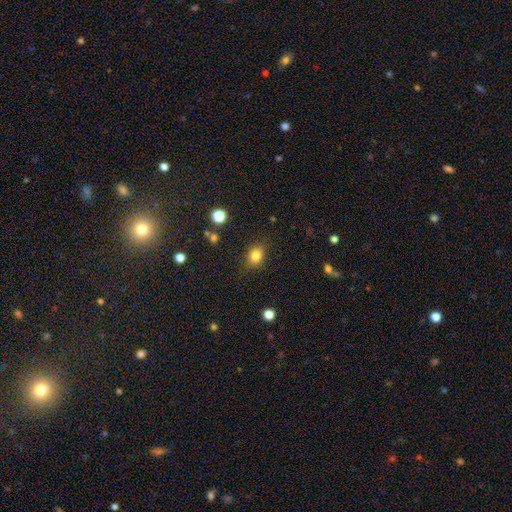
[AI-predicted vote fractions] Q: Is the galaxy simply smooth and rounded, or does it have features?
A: smooth — 82%.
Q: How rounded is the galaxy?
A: in between — 51%.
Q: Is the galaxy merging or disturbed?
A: none — 83%.